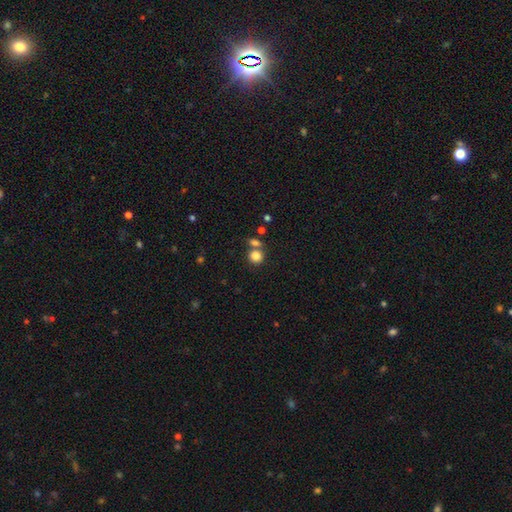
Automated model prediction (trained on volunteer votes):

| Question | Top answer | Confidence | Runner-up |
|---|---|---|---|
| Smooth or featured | smooth | 83% | star or artifact (11%) |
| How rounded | round | 81% | in between (18%) |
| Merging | none | 58% | merger (28%) |